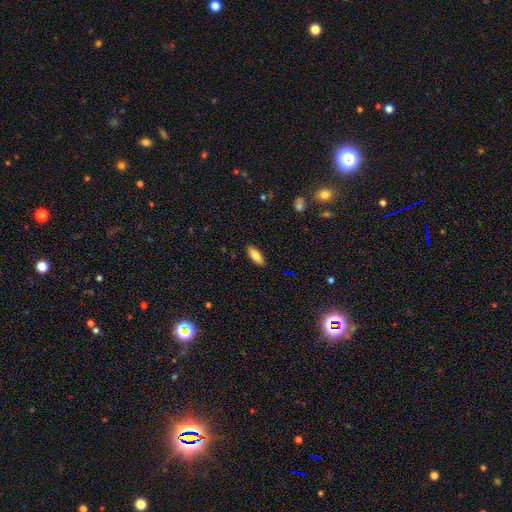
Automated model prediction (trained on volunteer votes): The model was most divided on "how rounded": in between: 70%, cigar-shaped: 28%, round: 2%. More confident: merging — none (89%); smooth or featured — smooth (81%).